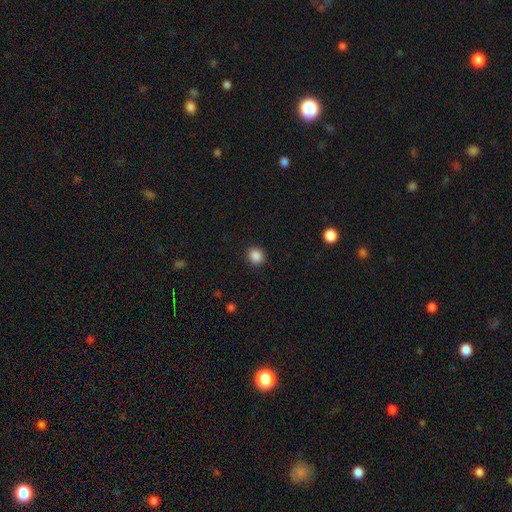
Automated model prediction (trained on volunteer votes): A smooth galaxy with no disk features (87%) that is round (82%).

Vote fractions:
- Smooth or featured? smooth: 87% / star or artifact: 10% / featured or disk: 3%
- How rounded? round: 82% / in between: 17% / cigar-shaped: 1%
- Merging? none: 90% / minor disturbance: 7% / major disturbance: 2% / merger: 1%